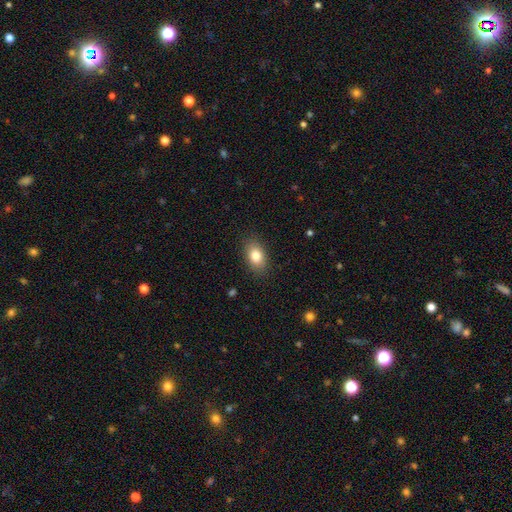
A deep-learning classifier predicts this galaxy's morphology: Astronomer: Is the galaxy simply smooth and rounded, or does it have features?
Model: smooth — 82%.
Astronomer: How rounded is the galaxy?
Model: in between — 87%.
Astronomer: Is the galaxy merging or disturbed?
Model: none — 87%.